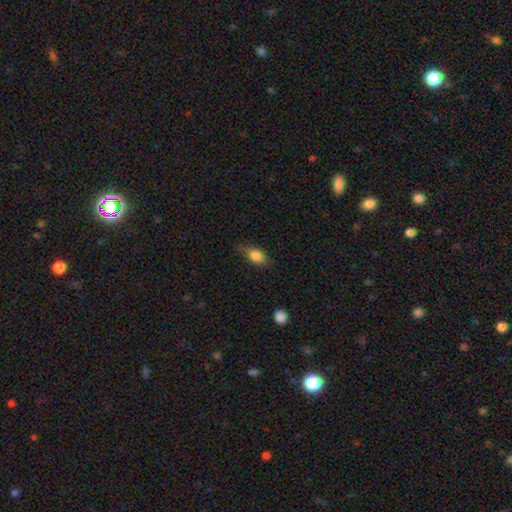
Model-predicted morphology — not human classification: The model was most divided on "merging": none: 65%, minor disturbance: 27%, major disturbance: 7%, merger: 2%. More confident: smooth or featured — smooth (80%); how rounded — in between (79%).